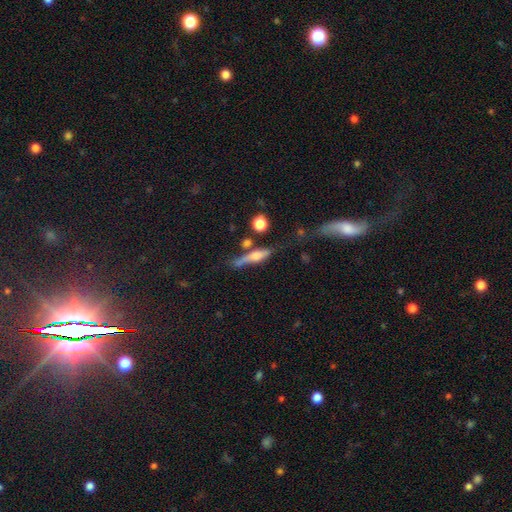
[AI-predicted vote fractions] smooth_or_featured: featured or disk (p=0.50) [alt: smooth p=0.40]
disk_edge_on: yes (p=0.85) [alt: no p=0.15]
merging: none (p=0.51) [alt: minor disturbance p=0.22]